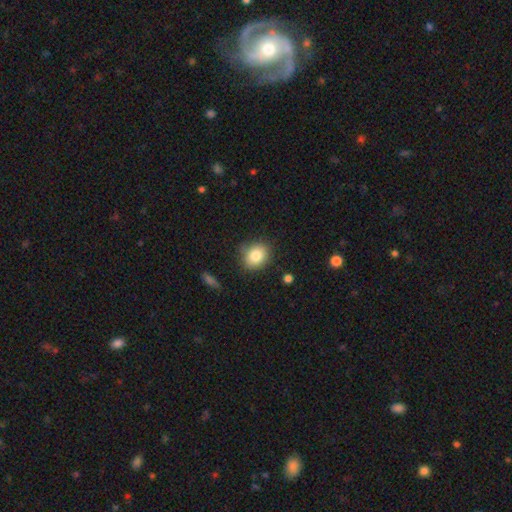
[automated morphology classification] smooth 83%, star or artifact 9%, featured or disk 8%. Down the decision tree: how rounded — round (58%); merging — none (81%).